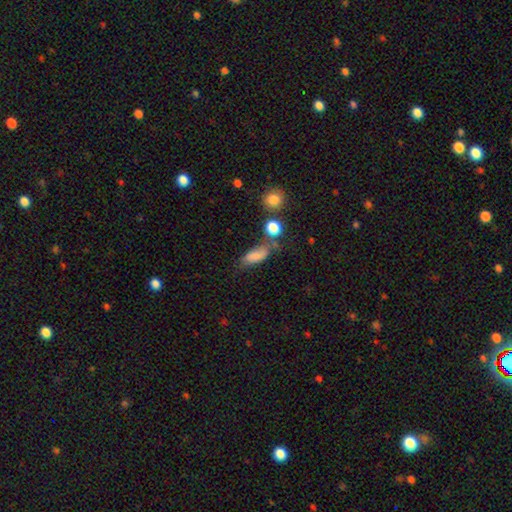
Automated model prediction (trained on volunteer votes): The model was most divided on "merging": none: 48%, minor disturbance: 23%, merger: 16%, major disturbance: 13%. More confident: smooth or featured — smooth (78%); how rounded — in between (72%).